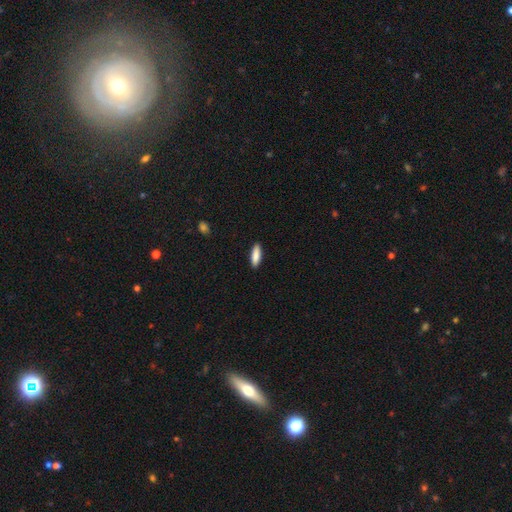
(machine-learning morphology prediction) type=smooth (86%); roundness=cigar-shaped (52%); merging=none (90%).